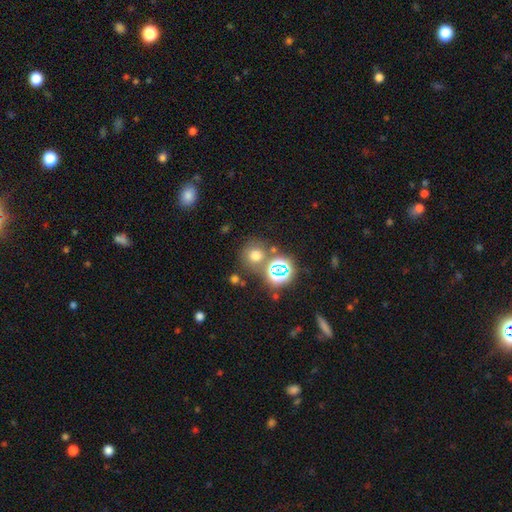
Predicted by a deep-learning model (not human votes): smooth 64%, star or artifact 27%, featured or disk 9%. Down the decision tree: how rounded — round (88%); merging — none (71%).